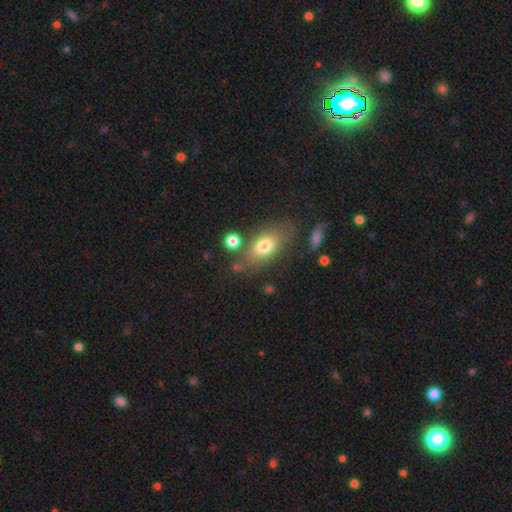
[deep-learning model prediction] Overall: smooth (61%). How rounded: in between (77%). Merging: none (74%).